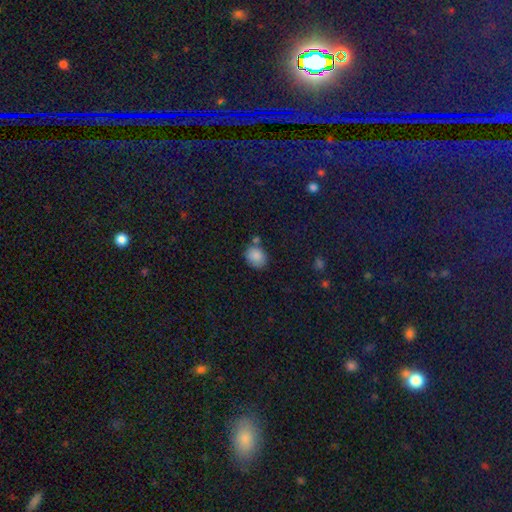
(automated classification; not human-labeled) A smooth galaxy with no disk features (86%) that is in between round and cigar-shaped (51%). Merging: none (68%).